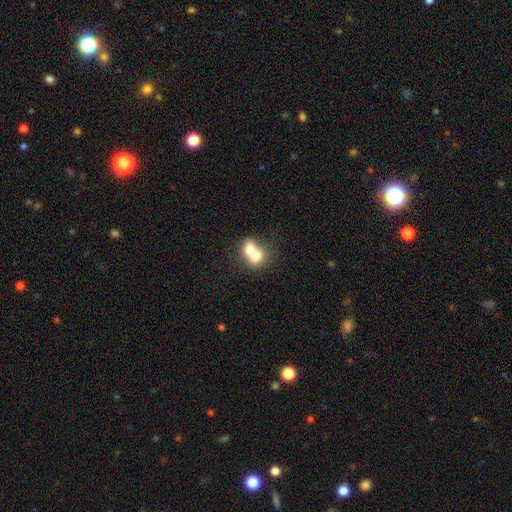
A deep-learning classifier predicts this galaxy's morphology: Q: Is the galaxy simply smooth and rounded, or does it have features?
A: smooth — 68%.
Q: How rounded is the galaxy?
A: in between — 50%.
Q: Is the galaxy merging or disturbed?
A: merger — 76%.